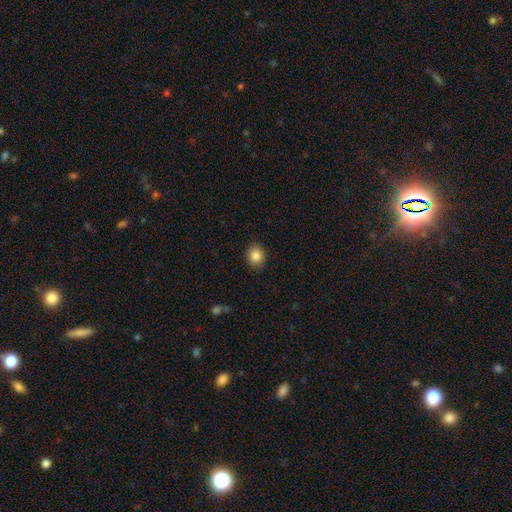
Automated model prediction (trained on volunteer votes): Smooth or featured? smooth (86%)
How rounded? round (67%)
Merging? none (88%)